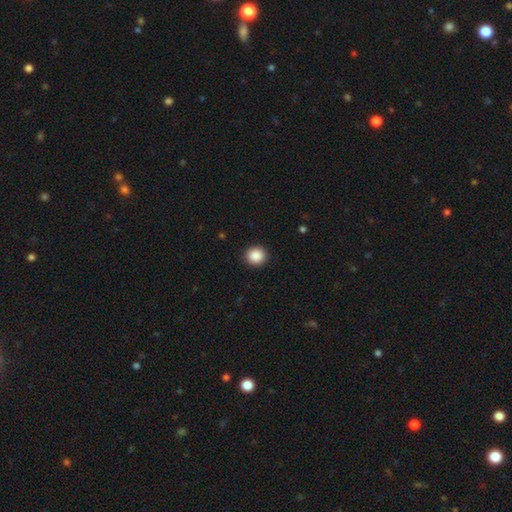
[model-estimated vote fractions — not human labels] Morphology: type=smooth (89%); roundness=round (86%); merging=none (92%).